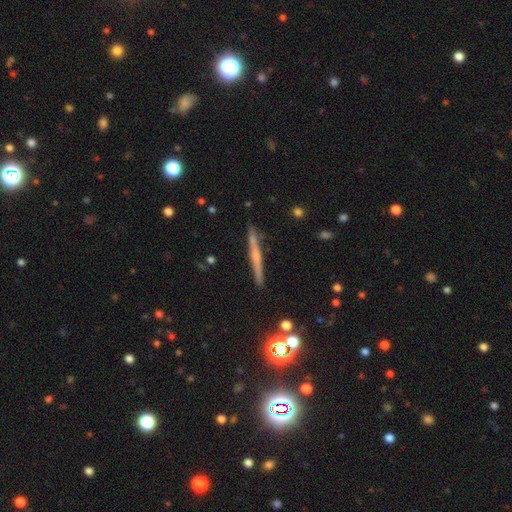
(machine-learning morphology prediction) This is possibly a featured or disk galaxy (55%). It is clearly viewed edge-on (97%). Edge-on bulge: possibly none (58%). Merging: clearly none (89%).